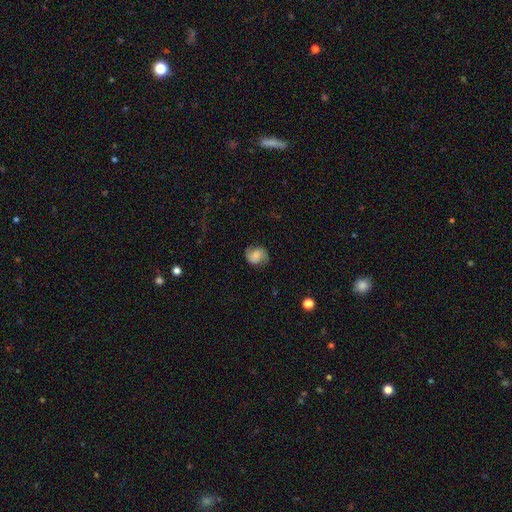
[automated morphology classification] smooth_or_featured: smooth (p=0.53) [alt: featured or disk p=0.38]
how_rounded: round (p=0.65) [alt: in between p=0.34]
merging: none (p=0.74) [alt: minor disturbance p=0.18]